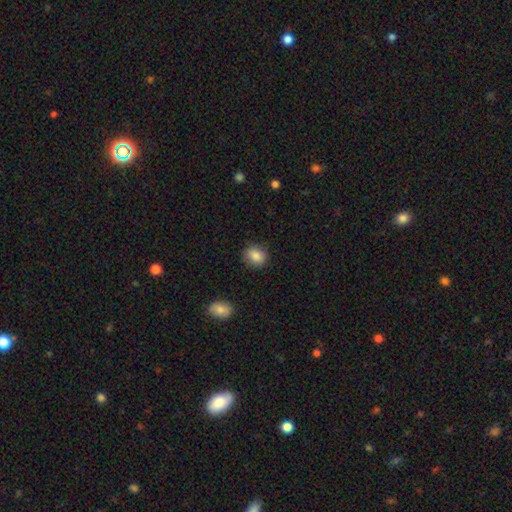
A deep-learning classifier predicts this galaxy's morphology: Smooth or featured? Predicted: smooth (p=0.85). How rounded? Predicted: round (p=0.57). Merging? Predicted: none (p=0.85).